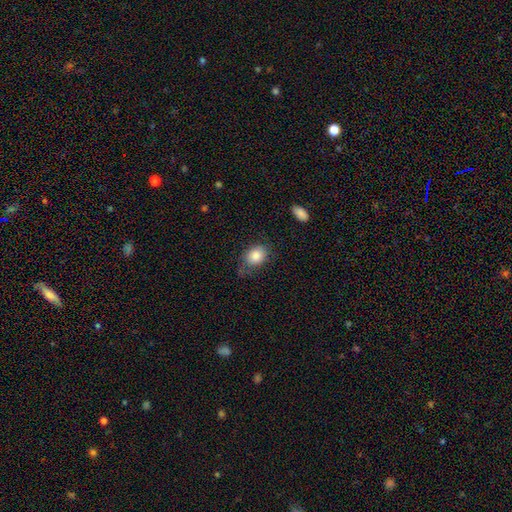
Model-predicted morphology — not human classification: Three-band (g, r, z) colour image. It shows a smooth galaxy with no disk features (84%) that is in between round and cigar-shaped (61%). Merging: none (61%).